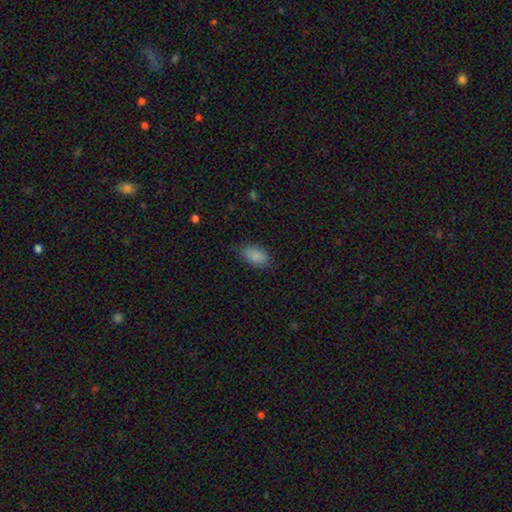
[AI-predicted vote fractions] Smooth or featured? Predicted: smooth (p=0.88). How rounded? Predicted: in between (p=0.92). Merging? Predicted: none (p=0.78).